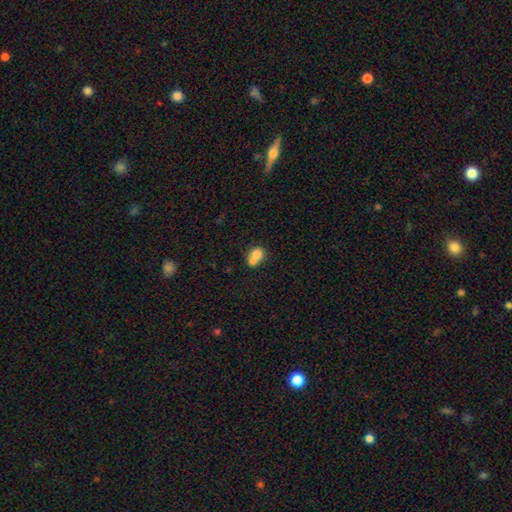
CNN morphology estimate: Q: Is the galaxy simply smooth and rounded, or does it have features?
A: smooth — 73%.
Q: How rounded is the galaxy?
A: round — 54%.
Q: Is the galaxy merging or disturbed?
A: merger — 64%.